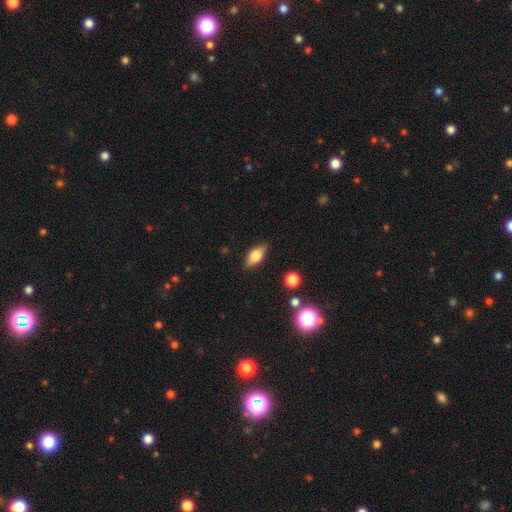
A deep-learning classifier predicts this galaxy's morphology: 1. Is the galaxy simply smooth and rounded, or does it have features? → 71% smooth, 21% featured or disk, 8% star or artifact.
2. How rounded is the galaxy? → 84% in between, 11% cigar-shaped, 5% round.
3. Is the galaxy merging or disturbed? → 84% none, 12% minor disturbance, 3% major disturbance, 1% merger.